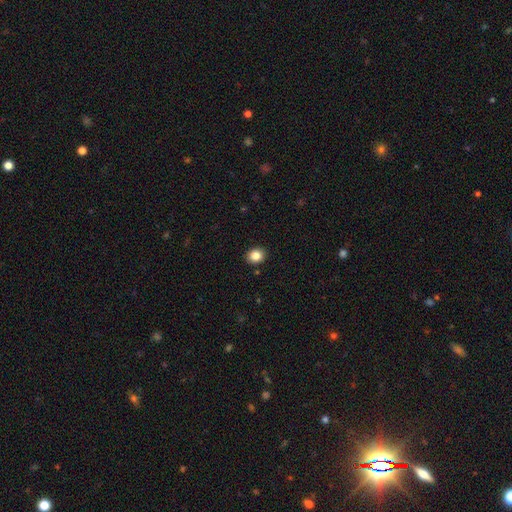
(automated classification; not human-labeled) This appears to be a smooth galaxy with no disk features (85%) that is round (62%). Merging: none (91%).